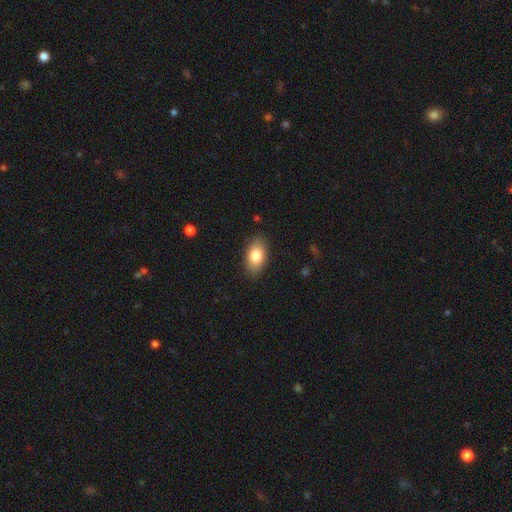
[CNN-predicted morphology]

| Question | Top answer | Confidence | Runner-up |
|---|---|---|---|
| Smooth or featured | smooth | 81% | featured or disk (12%) |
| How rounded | in between | 91% | round (6%) |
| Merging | none | 87% | minor disturbance (10%) |